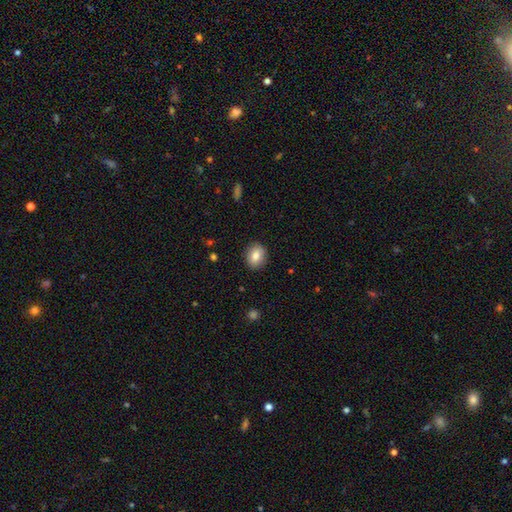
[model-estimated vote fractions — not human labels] A smooth galaxy with no disk features (81%) that is round (55%).

Vote fractions:
- Smooth or featured? smooth: 81% / featured or disk: 10% / star or artifact: 8%
- How rounded? round: 55% / in between: 44% / cigar-shaped: 1%
- Merging? none: 89% / minor disturbance: 8% / major disturbance: 2% / merger: 1%